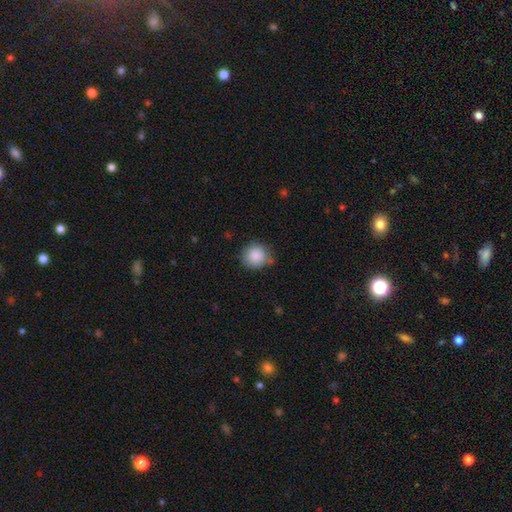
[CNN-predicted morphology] This is clearly a smooth galaxy (88%). How rounded: clearly round (90%). Merging: likely none (73%).